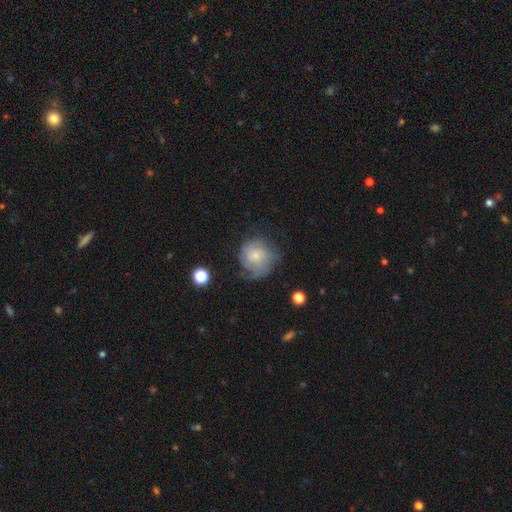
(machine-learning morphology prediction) featured or disk 53%, smooth 39%, star or artifact 8%. Down the decision tree: edge-on disk — no (98%); bar — no (76%); spiral arms — yes (83%); bulge size — small (56%); merging — none (54%).